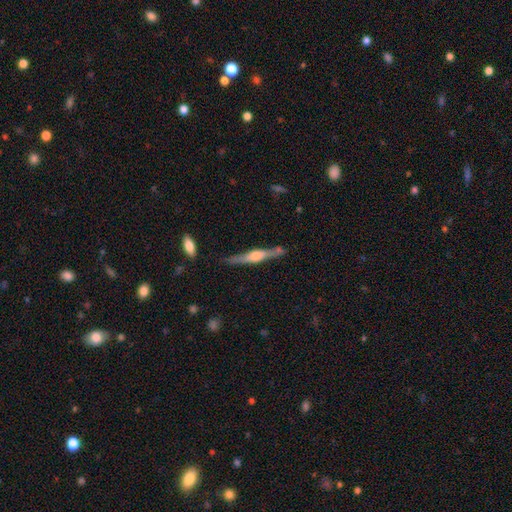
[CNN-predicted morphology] A featured or disk galaxy (74%) viewed edge-on (97%) with a rounded central bulge (84%). Merging: none (81%).